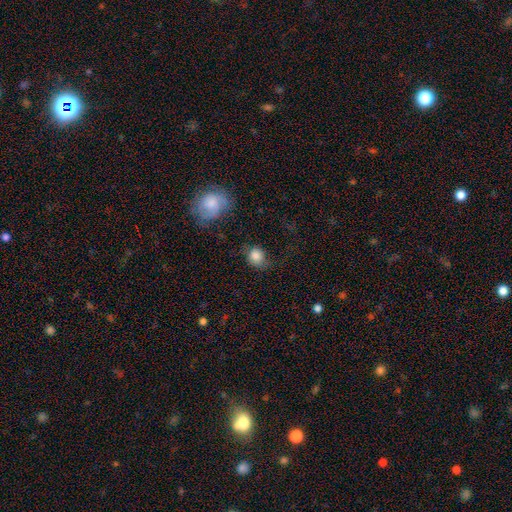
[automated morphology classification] Overall: smooth (84%). How rounded: round (73%). Merging: none (62%; minor disturbance 23%).